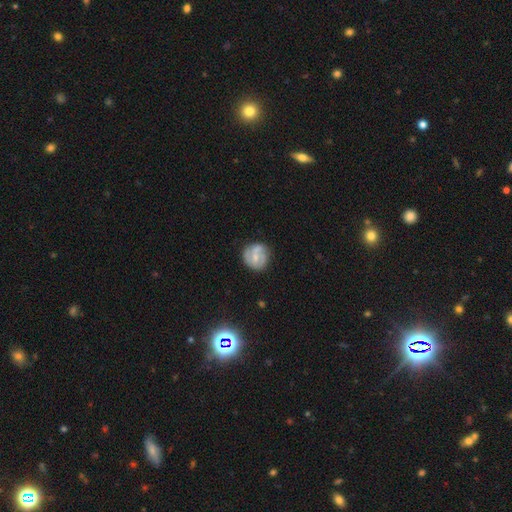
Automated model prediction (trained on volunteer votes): Smooth or featured: featured or disk — 62% (smooth — 31%)
Edge-on disk: no — 98% (yes — 2%)
Bar: weak — 45% (no — 43%)
Spiral arms: yes — 81% (no — 19%)
Bulge size: small — 51% (moderate — 37%)
Merging: none — 69% (minor disturbance — 20%)